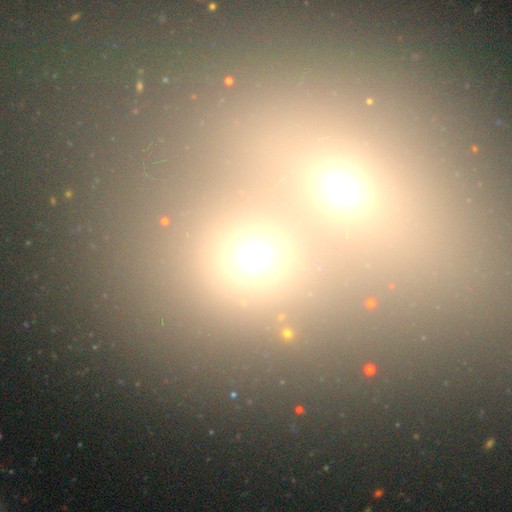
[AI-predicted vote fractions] This is likely a smooth galaxy (64%). How rounded: likely round (71%). Merging: possibly merger (60%).